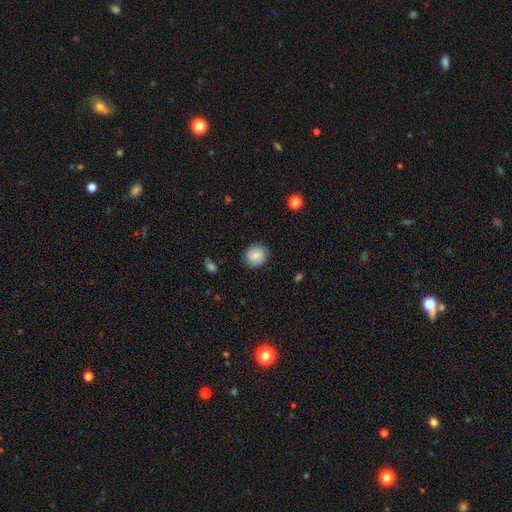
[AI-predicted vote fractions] A smooth galaxy with no disk features (87%) that is round (85%). Merging: none (88%).